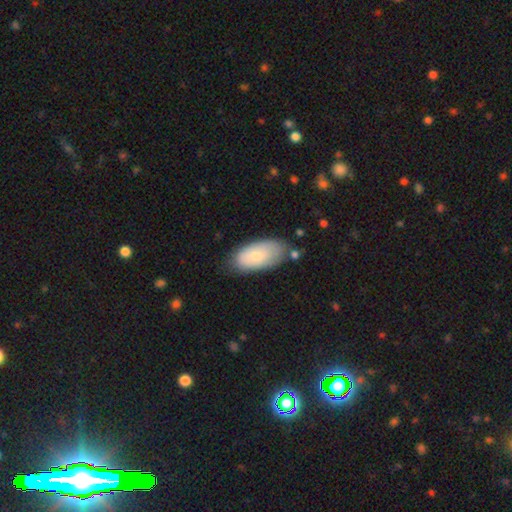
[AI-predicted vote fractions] A smooth galaxy with no disk features (72%) that is in between round and cigar-shaped (93%). Merging: none (68%).